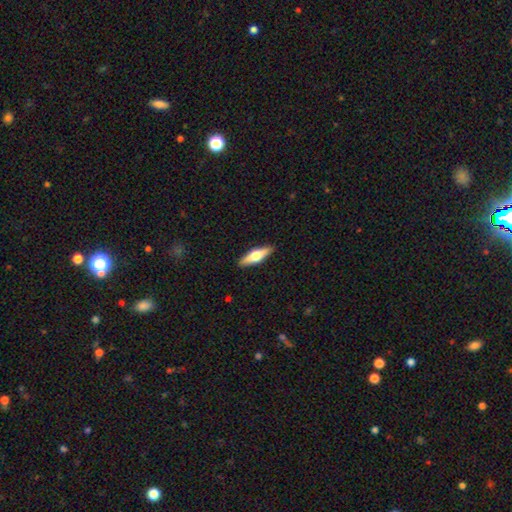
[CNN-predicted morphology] featured or disk 49%, smooth 46%, star or artifact 5%. Down the decision tree: merging — none (90%).